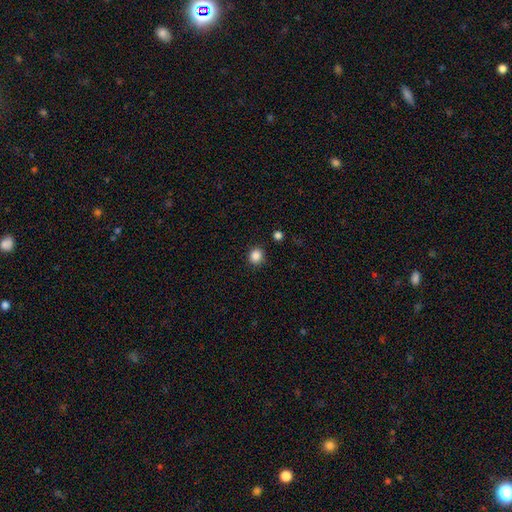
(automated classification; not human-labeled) A smooth galaxy with no disk features (86%) that is round (84%).

Vote fractions:
- Smooth or featured? smooth: 86% / star or artifact: 11% / featured or disk: 3%
- How rounded? round: 84% / in between: 15% / cigar-shaped: 1%
- Merging? none: 88% / minor disturbance: 8% / major disturbance: 2% / merger: 2%